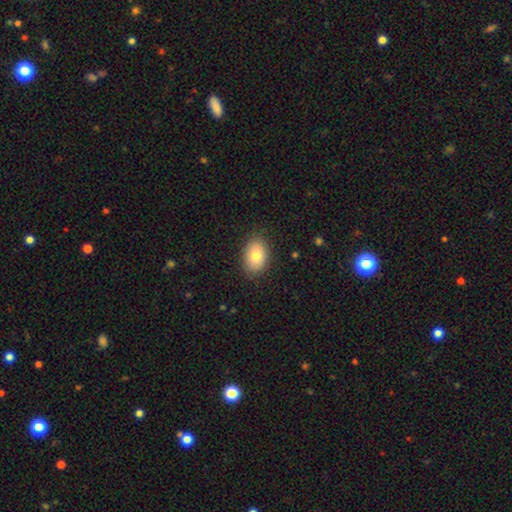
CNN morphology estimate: This is likely a smooth galaxy (79%). How rounded: clearly in between (84%). Merging: clearly none (86%).